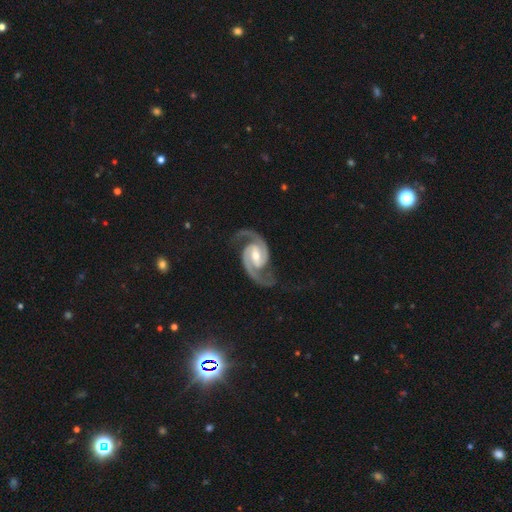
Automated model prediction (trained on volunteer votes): The model was most divided on "bar": weak: 48%, strong: 32%, no: 20%. More confident: spiral arms — yes (99%); edge-on disk — no (98%); spiral arm count — 2 (95%); smooth or featured — featured or disk (94%); merging — none (79%); bulge size — moderate (65%); spiral winding — medium (61%).